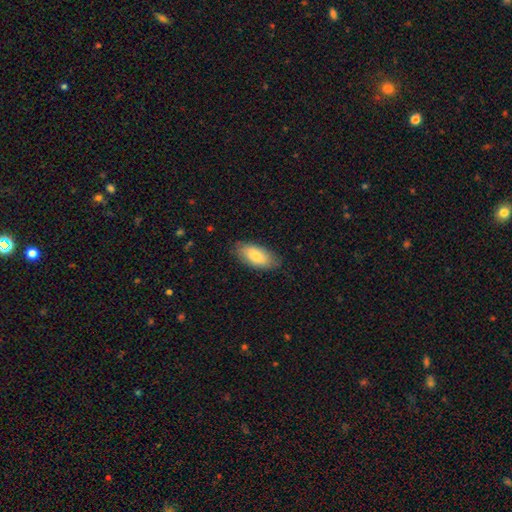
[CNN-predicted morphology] type=smooth (80%); roundness=in between (90%); merging=none (82%).